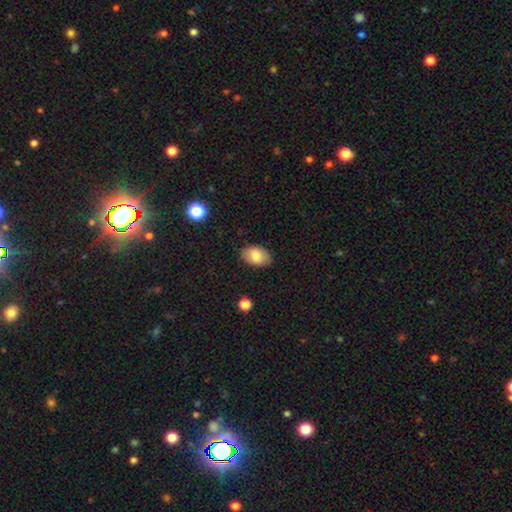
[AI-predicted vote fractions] Smooth or featured?
  - smooth: 80% *
  - featured or disk: 13%
  - star or artifact: 8%
How rounded?
  - in between: 88% *
  - round: 11%
  - cigar-shaped: 1%
Merging?
  - none: 84% *
  - minor disturbance: 12%
  - major disturbance: 2%
  - merger: 1%